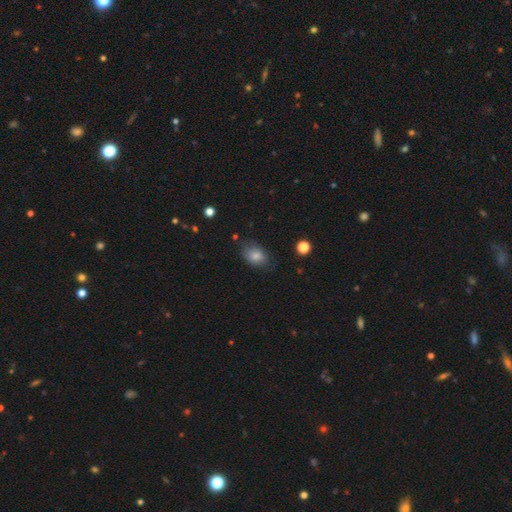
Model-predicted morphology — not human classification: This is clearly a smooth galaxy (82%). How rounded: clearly in between (80%). Merging: likely none (74%).